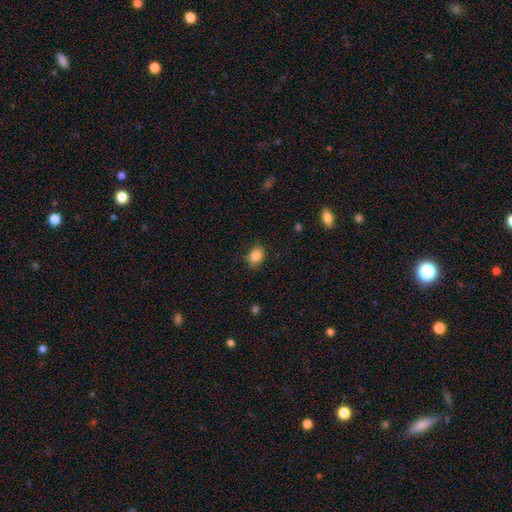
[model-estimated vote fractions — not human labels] Smooth or featured? smooth (87%)
How rounded? in between (68%)
Merging? none (75%)